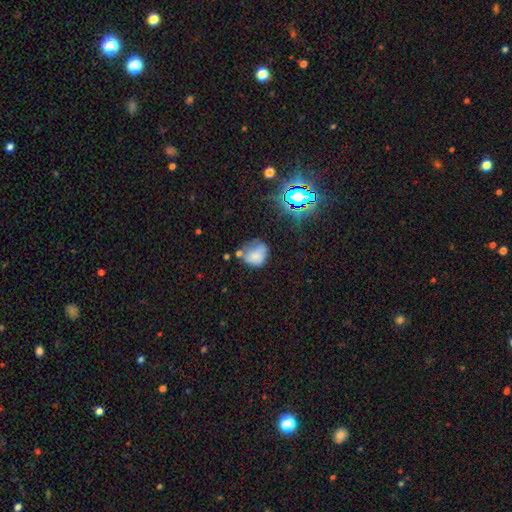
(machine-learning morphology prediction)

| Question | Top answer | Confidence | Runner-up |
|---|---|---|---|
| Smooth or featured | smooth | 67% | featured or disk (18%) |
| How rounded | round | 67% | in between (32%) |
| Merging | none | 37% | minor disturbance (31%) |